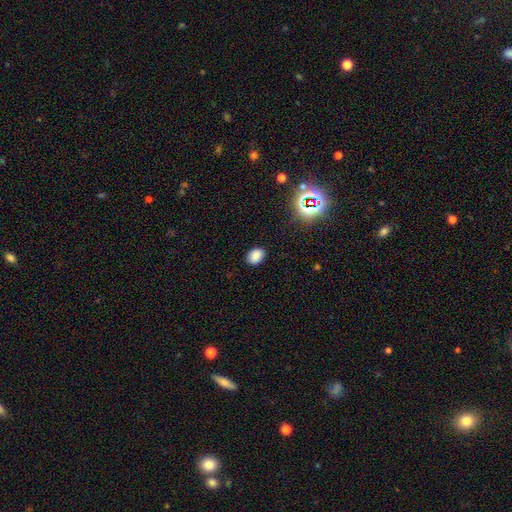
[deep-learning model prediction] Morphology: type=smooth (83%); roundness=in between (73%); merging=none (87%).